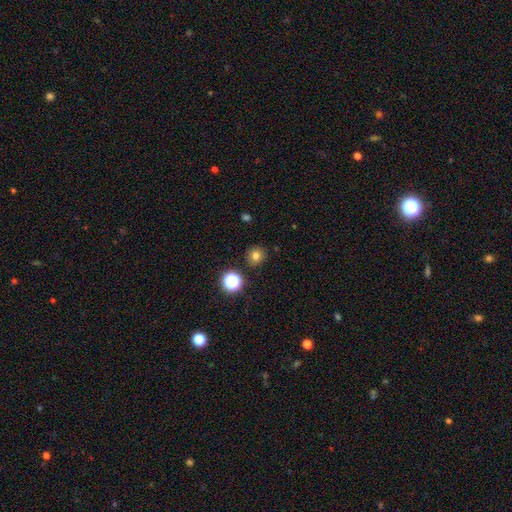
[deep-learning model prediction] Q: Smooth or featured?
A: smooth (77%); runner-up: star or artifact (17%)
Q: How rounded?
A: round (90%); runner-up: in between (9%)
Q: Merging?
A: none (88%); runner-up: minor disturbance (7%)